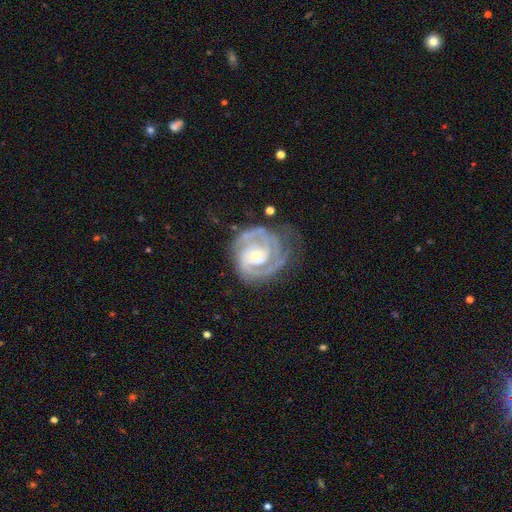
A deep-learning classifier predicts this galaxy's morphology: A featured or disk galaxy (90%) with no bar (62%), 2 (54%) tight (71%) spiral arms (97%) and a small central bulge (56%). Merging: none (62%).